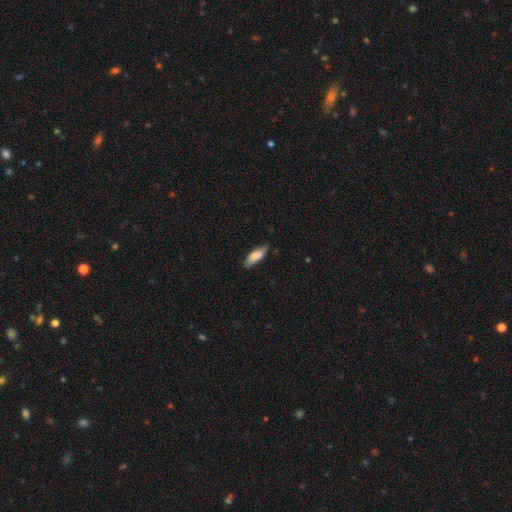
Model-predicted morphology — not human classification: A smooth galaxy with no disk features (83%) that is in between round and cigar-shaped (65%).

Vote fractions:
- Smooth or featured? smooth: 83% / featured or disk: 12% / star or artifact: 6%
- How rounded? in between: 65% / cigar-shaped: 33% / round: 2%
- Merging? none: 76% / minor disturbance: 20% / major disturbance: 3% / merger: 1%